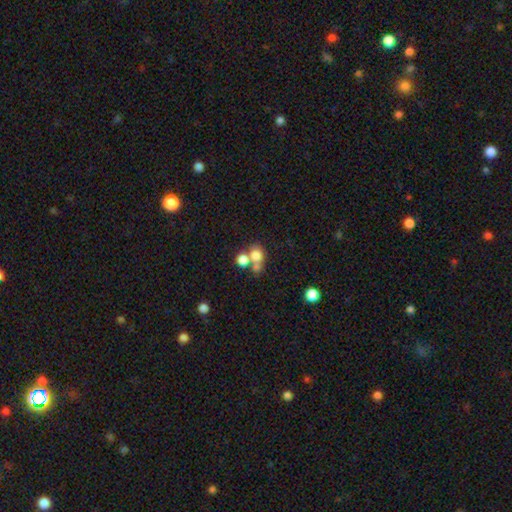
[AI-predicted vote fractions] Smooth or featured: smooth — 74% (star or artifact — 13%)
How rounded: round — 72% (in between — 27%)
Merging: merger — 48% (none — 38%)